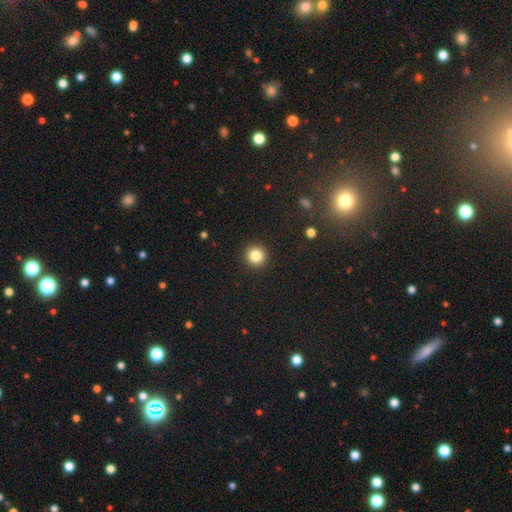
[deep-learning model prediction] A smooth galaxy with no disk features (84%) that is round (94%).

Vote fractions:
- Smooth or featured? smooth: 84% / star or artifact: 11% / featured or disk: 5%
- How rounded? round: 94% / in between: 5% / cigar-shaped: 1%
- Merging? none: 93% / minor disturbance: 5% / major disturbance: 2% / merger: 1%